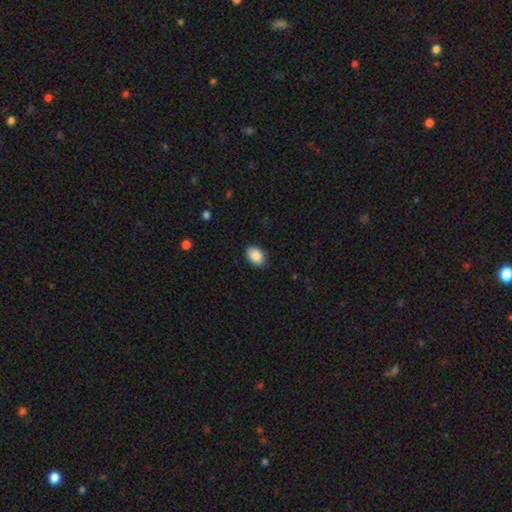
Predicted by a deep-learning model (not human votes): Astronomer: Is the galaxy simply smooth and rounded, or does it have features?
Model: smooth — 90%.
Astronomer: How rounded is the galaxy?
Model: in between — 86%.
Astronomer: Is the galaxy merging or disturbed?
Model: none — 89%.